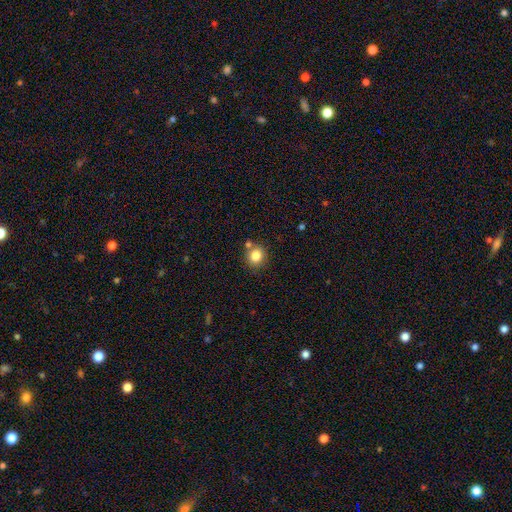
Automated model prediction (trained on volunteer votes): This is clearly a smooth galaxy (83%). How rounded: clearly round (81%). Merging: likely none (76%).